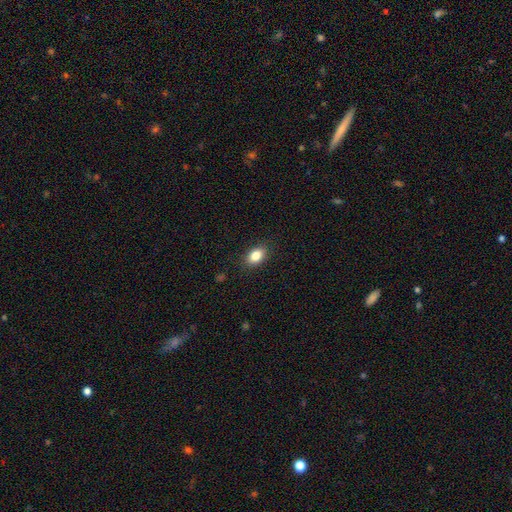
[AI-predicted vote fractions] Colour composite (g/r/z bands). It shows a smooth galaxy with no disk features (84%) that is in between round and cigar-shaped (84%). Merging: none (87%).